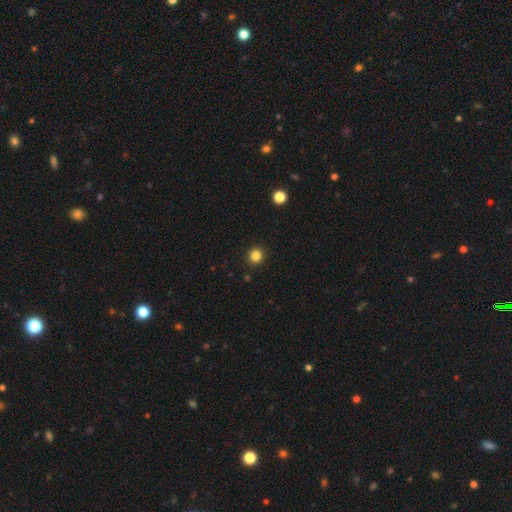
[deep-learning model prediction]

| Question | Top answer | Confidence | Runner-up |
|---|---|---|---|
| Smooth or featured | smooth | 84% | star or artifact (12%) |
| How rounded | round | 88% | in between (11%) |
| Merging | none | 91% | minor disturbance (6%) |